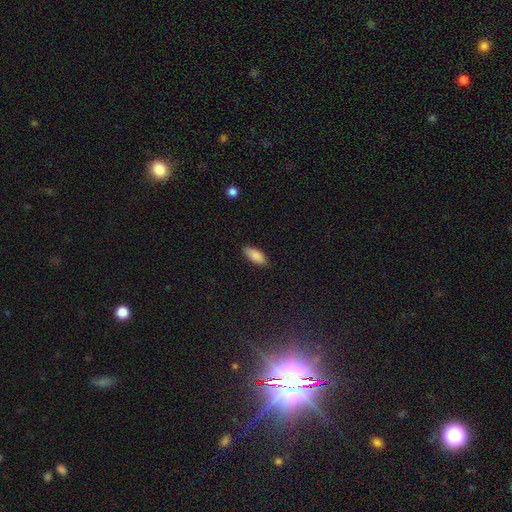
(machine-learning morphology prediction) type=smooth (88%); roundness=in between (83%); merging=none (86%).